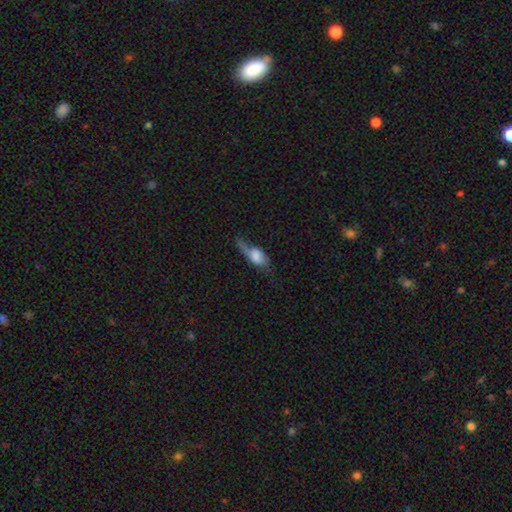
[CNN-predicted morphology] Smooth or featured? smooth (61%)
How rounded? in between (74%)
Merging? minor disturbance (33%)